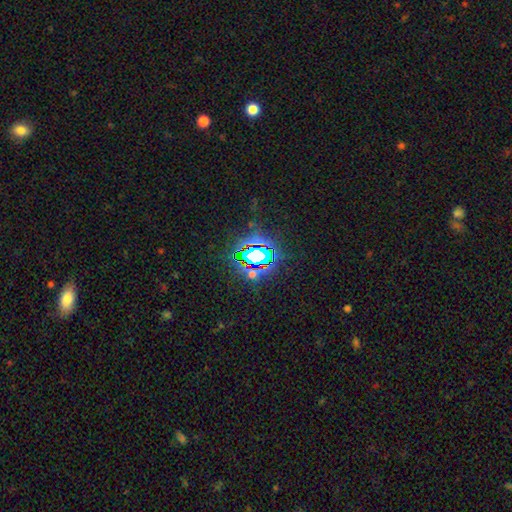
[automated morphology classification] This appears to be a star or artifact, not a galaxy (72%).